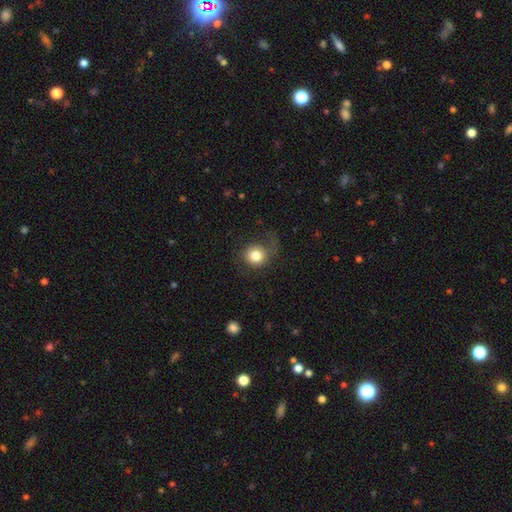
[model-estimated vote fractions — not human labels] smooth_or_featured: smooth (p=0.80) [alt: featured or disk p=0.11]
how_rounded: round (p=0.85) [alt: in between p=0.14]
merging: none (p=0.60) [alt: minor disturbance p=0.20]